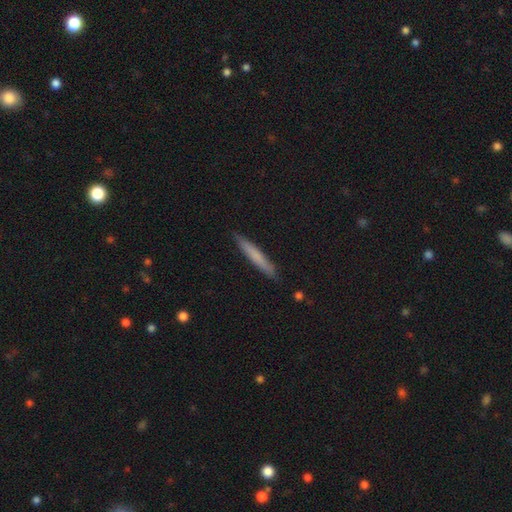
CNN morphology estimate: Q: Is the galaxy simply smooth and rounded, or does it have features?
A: smooth — 69%.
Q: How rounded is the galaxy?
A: cigar-shaped — 95%.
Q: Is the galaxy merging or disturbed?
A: none — 89%.